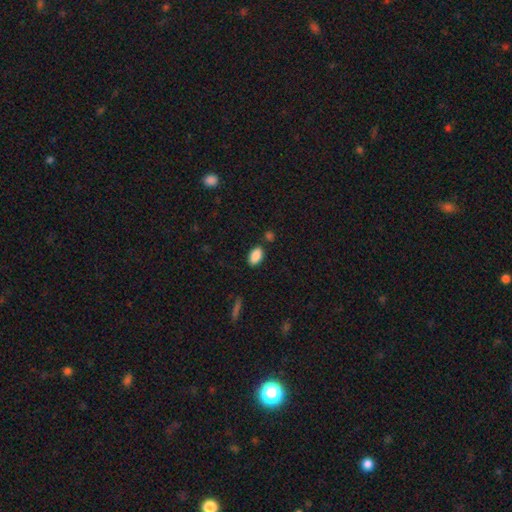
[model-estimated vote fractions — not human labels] Smooth or featured: smooth — 88% (star or artifact — 7%)
How rounded: in between — 93% (round — 5%)
Merging: none — 82% (minor disturbance — 11%)